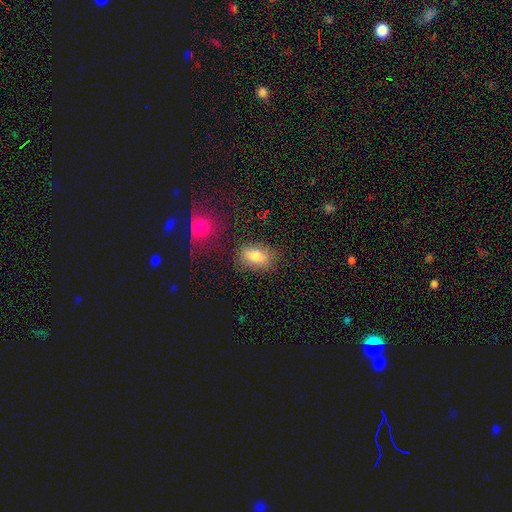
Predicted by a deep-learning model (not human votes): Smooth or featured?
  - smooth: 79% *
  - featured or disk: 12%
  - star or artifact: 10%
How rounded?
  - in between: 84% *
  - round: 13%
  - cigar-shaped: 3%
Merging?
  - none: 76% *
  - minor disturbance: 15%
  - merger: 5%
  - major disturbance: 4%